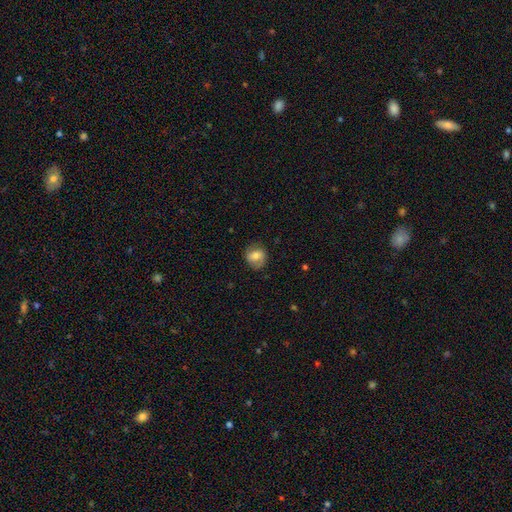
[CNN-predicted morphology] Overall: smooth (57%; featured or disk 35%). How rounded: round (68%; in between 31%). Merging: none (75%).